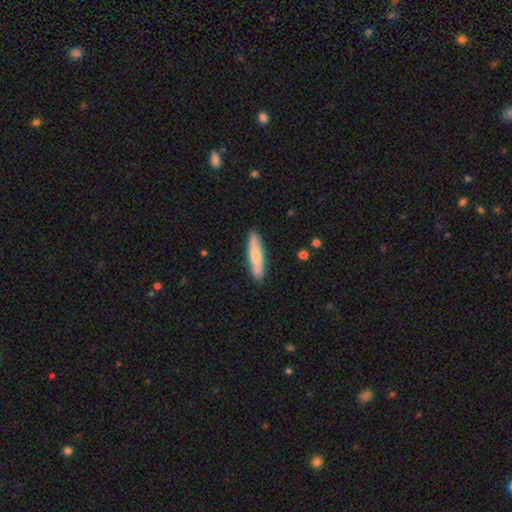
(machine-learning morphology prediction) Smooth or featured?
  - smooth: 70% *
  - featured or disk: 25%
  - star or artifact: 5%
How rounded?
  - cigar-shaped: 81% *
  - in between: 17%
  - round: 2%
Merging?
  - none: 89% *
  - minor disturbance: 9%
  - major disturbance: 2%
  - merger: 1%